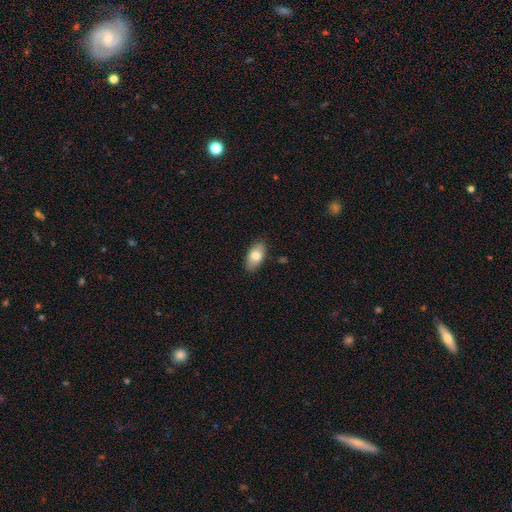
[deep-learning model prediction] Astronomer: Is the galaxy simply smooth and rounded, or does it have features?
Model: smooth — 77%.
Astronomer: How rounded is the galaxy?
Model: in between — 93%.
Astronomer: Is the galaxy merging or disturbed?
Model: none — 85%.